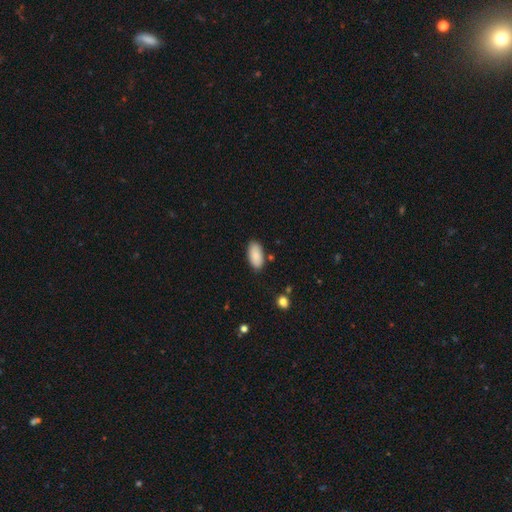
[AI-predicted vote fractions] Morphology: type=smooth (87%); roundness=in between (94%); merging=none (83%).